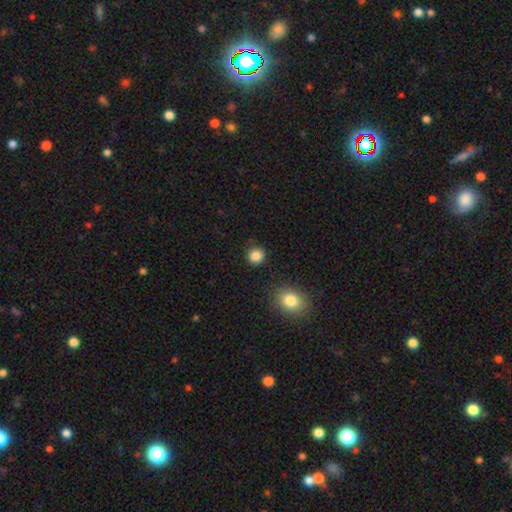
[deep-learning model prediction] The model was most divided on "merging": none: 85%, minor disturbance: 10%, major disturbance: 3%, merger: 2%. More confident: how rounded — round (88%); smooth or featured — smooth (86%).